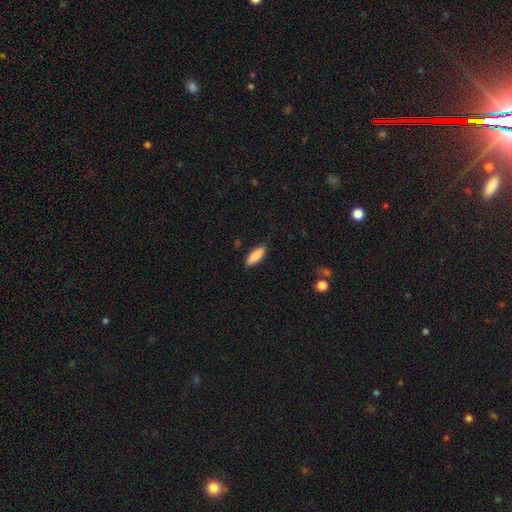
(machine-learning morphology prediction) Smooth or featured? Predicted: smooth (p=0.87). How rounded? Predicted: in between (p=0.62). Merging? Predicted: none (p=0.86).